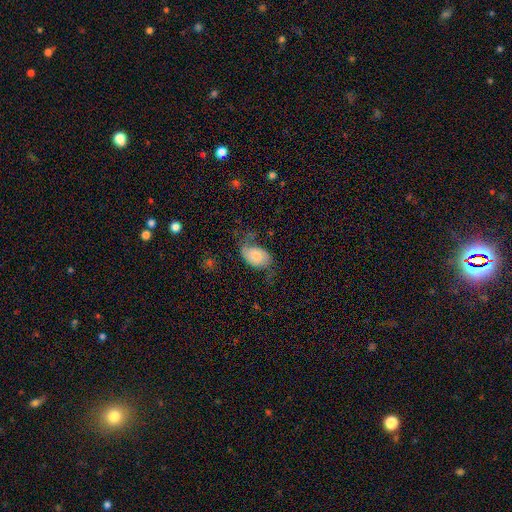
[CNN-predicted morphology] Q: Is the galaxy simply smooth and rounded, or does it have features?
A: smooth — 55%.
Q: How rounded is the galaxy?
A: in between — 90%.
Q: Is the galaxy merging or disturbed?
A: none — 42%.